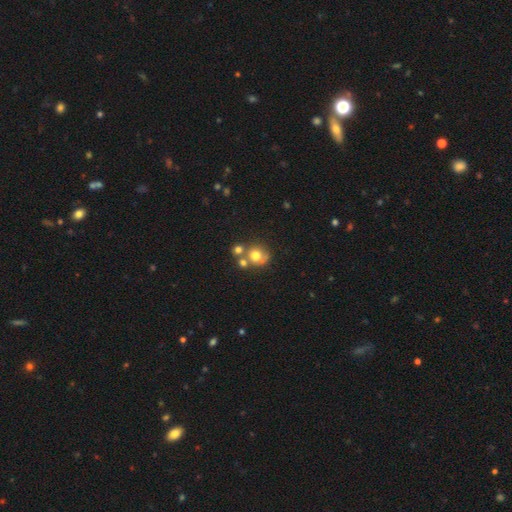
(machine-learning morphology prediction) smooth-or-featured: smooth: 65% | featured or disk: 23% | star or artifact: 11%
  how-rounded: round: 79% | in between: 20% | cigar-shaped: 1%
  merging: none: 40% | merger: 39% | minor disturbance: 13% | major disturbance: 9%